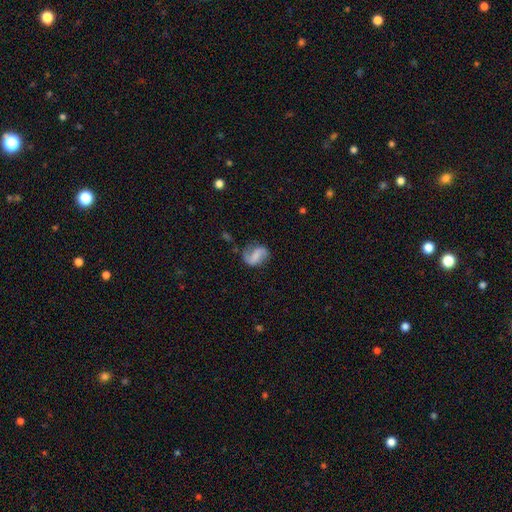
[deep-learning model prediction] This is likely a featured or disk galaxy (70%). It is clearly not viewed edge-on (98%). Bar: marginally weak (39%). Spiral arm pattern: clearly yes (92%). Spiral arm count: clearly 2 (89%). Spiral winding: possibly loose (59%). Central bulge: marginally none (43%). Merging: likely none (69%).